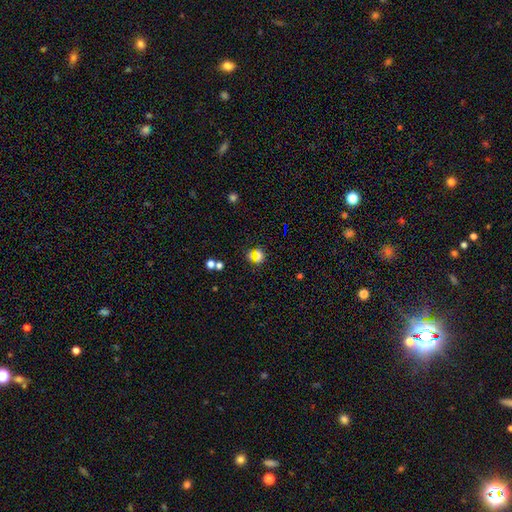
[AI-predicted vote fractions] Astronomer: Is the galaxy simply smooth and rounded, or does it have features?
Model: smooth — 52% (runner-up: star or artifact, 36%).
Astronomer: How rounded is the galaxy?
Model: round — 76%.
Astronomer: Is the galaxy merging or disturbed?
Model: none — 66%.